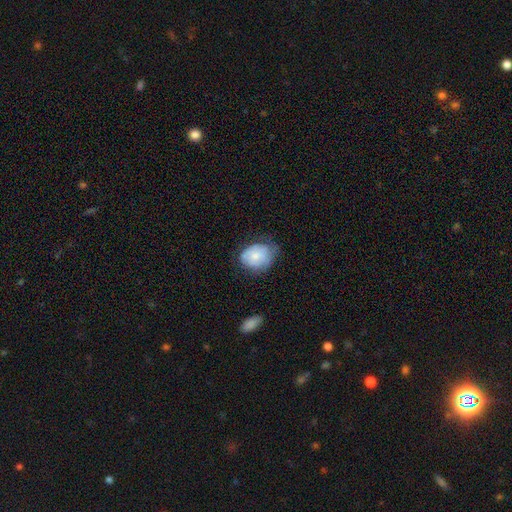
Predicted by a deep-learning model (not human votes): smooth 73%, featured or disk 20%, star or artifact 7%. Down the decision tree: how rounded — in between (60%); merging — none (49%).